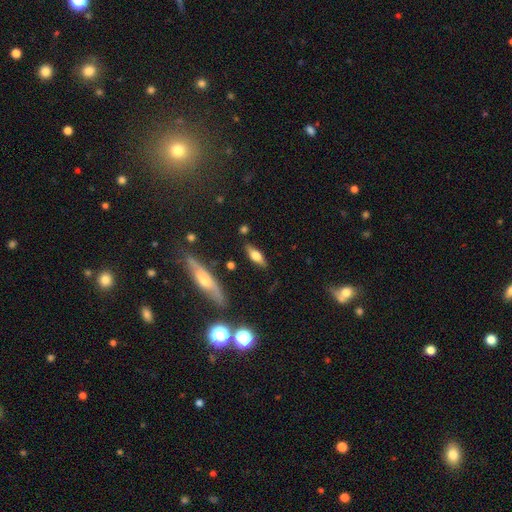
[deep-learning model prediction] Overall: smooth (57%; featured or disk 35%). How rounded: in between (63%; cigar-shaped 33%). Merging: none (80%).